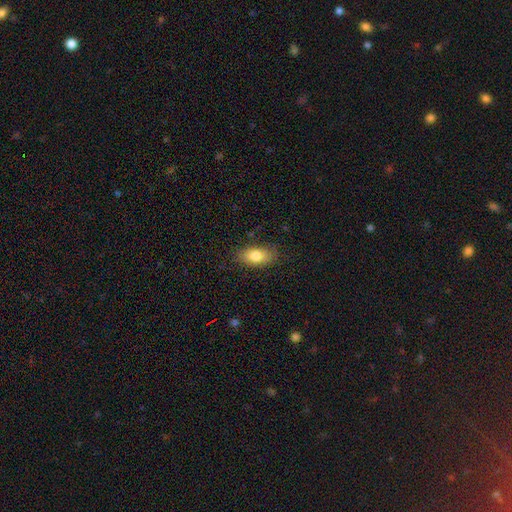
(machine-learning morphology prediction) type=smooth (80%); roundness=in between (87%); merging=none (83%).